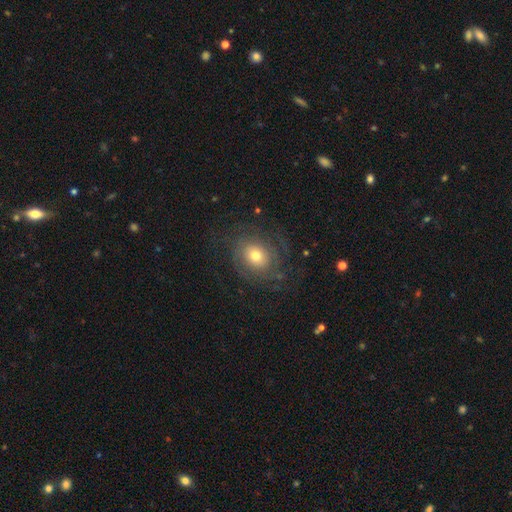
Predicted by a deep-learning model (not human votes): A featured or disk galaxy (56%) with no bar (82%), spiral arms (76%) and a moderate central bulge (60%). Merging: none (69%).